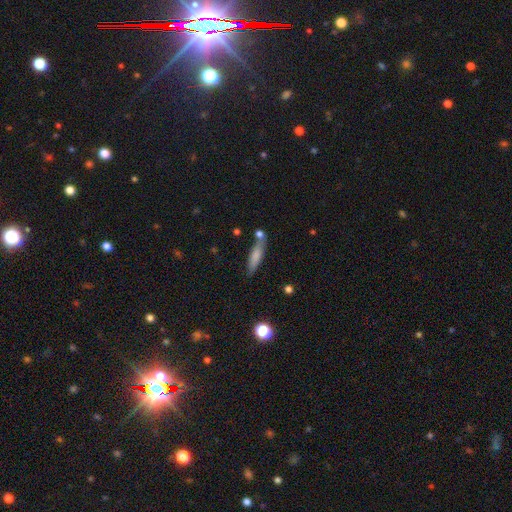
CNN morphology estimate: Smooth or featured? Predicted: smooth (p=0.73). How rounded? Predicted: cigar-shaped (p=0.74). Merging? Predicted: none (p=0.66).